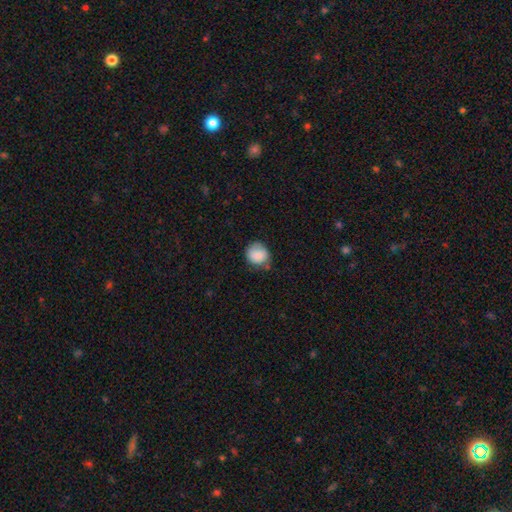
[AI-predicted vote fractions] The model was most divided on "merging": none: 61%, minor disturbance: 29%, major disturbance: 7%, merger: 3%. More confident: smooth or featured — smooth (86%); how rounded — round (81%).